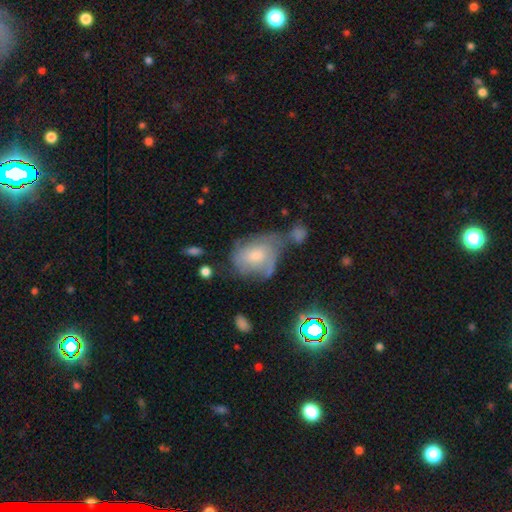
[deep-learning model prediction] smooth_or_featured: featured or disk (p=0.57) [alt: smooth p=0.30]
disk_edge_on: no (p=0.96) [alt: yes p=0.04]
bar: no (p=0.69) [alt: weak p=0.27]
has_spiral_arms: yes (p=0.79) [alt: no p=0.21]
bulge_size: moderate (p=0.52) [alt: small p=0.37]
merging: none (p=0.38) [alt: minor disturbance p=0.25]